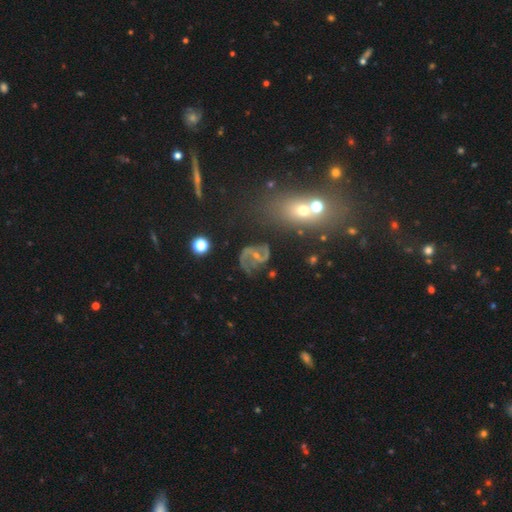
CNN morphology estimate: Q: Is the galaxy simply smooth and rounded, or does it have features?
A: featured or disk — 84%.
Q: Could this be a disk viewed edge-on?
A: no — 98%.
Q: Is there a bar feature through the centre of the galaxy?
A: weak — 45%.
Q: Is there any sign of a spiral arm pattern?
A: yes — 95%.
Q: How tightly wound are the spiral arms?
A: loose — 46%.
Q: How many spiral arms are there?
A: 2 — 90%.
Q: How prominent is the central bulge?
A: small — 65%.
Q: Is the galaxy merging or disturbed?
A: none — 61%.